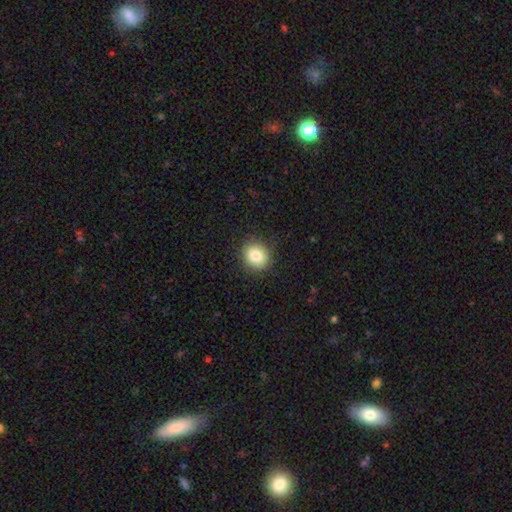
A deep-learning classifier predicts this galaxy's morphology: A smooth galaxy with no disk features (84%) that is round (73%).

Vote fractions:
- Smooth or featured? smooth: 84% / star or artifact: 9% / featured or disk: 6%
- How rounded? round: 73% / in between: 26% / cigar-shaped: 1%
- Merging? none: 88% / minor disturbance: 9% / major disturbance: 3% / merger: 1%